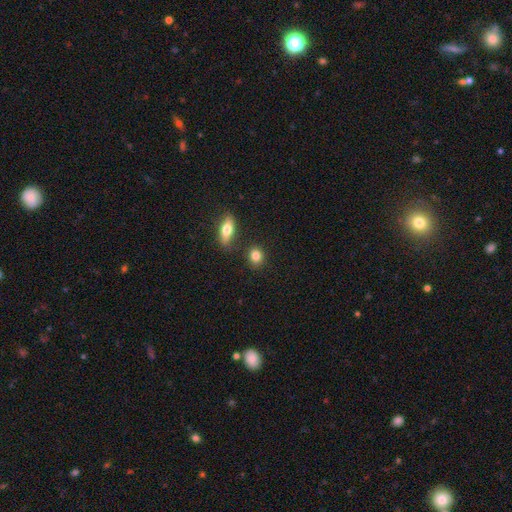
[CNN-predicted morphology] smooth-or-featured: smooth: 84% | star or artifact: 9% | featured or disk: 7%
  how-rounded: round: 60% | in between: 37% | cigar-shaped: 3%
  merging: none: 81% | minor disturbance: 10% | merger: 7% | major disturbance: 3%